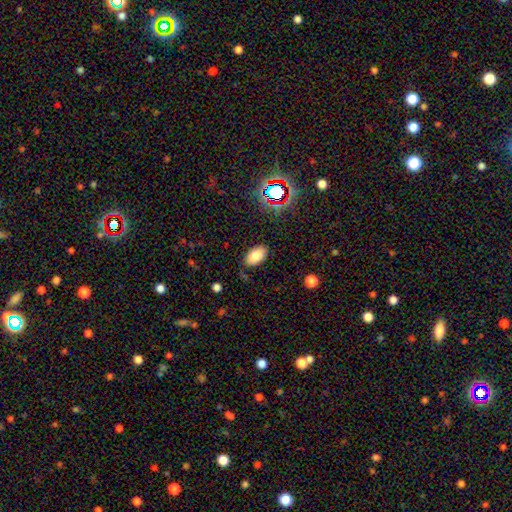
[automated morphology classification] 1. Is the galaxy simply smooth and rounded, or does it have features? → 79% smooth, 11% star or artifact, 10% featured or disk.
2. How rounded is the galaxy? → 93% in between, 5% round, 2% cigar-shaped.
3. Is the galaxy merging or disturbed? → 83% none, 12% minor disturbance, 3% major disturbance, 2% merger.